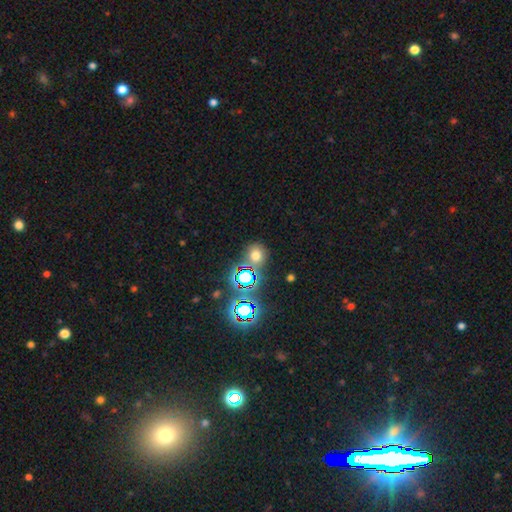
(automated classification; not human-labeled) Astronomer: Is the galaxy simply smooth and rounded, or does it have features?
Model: smooth — 61%.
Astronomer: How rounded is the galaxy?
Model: round — 81%.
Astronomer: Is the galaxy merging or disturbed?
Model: none — 75%.